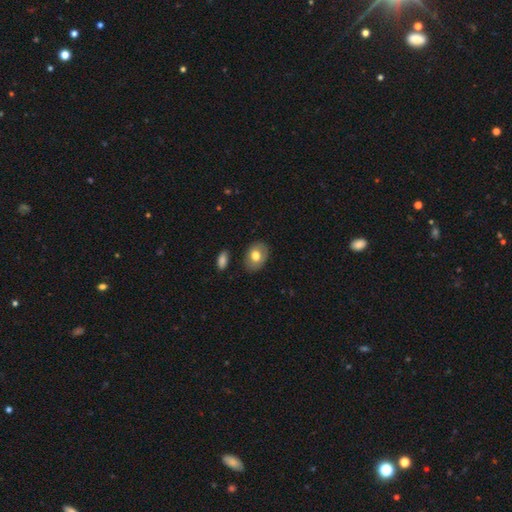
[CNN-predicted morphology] Q: Smooth or featured?
A: smooth (69%); runner-up: featured or disk (24%)
Q: How rounded?
A: in between (76%); runner-up: round (23%)
Q: Merging?
A: none (82%); runner-up: minor disturbance (13%)